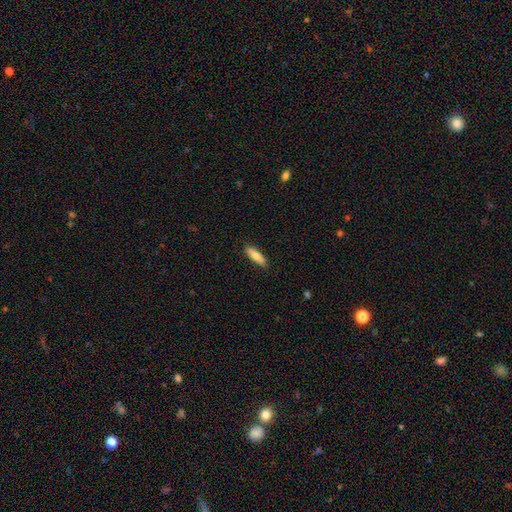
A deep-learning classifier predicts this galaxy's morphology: Q: Smooth or featured?
A: smooth (71%); runner-up: featured or disk (23%)
Q: How rounded?
A: cigar-shaped (56%); runner-up: in between (42%)
Q: Merging?
A: none (87%); runner-up: minor disturbance (10%)